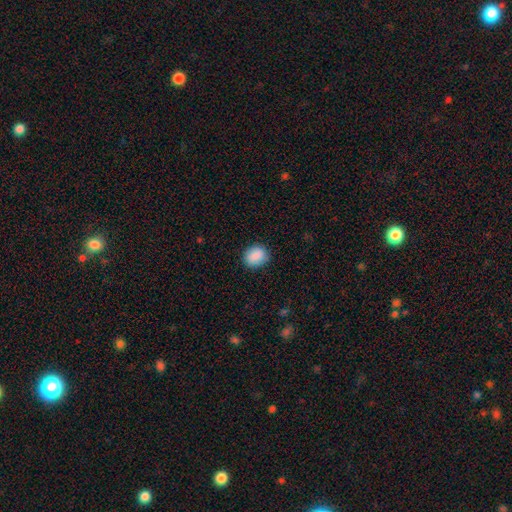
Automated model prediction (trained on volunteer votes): Smooth or featured: smooth — 89% (star or artifact — 8%)
How rounded: round — 60% (in between — 39%)
Merging: none — 86% (minor disturbance — 11%)